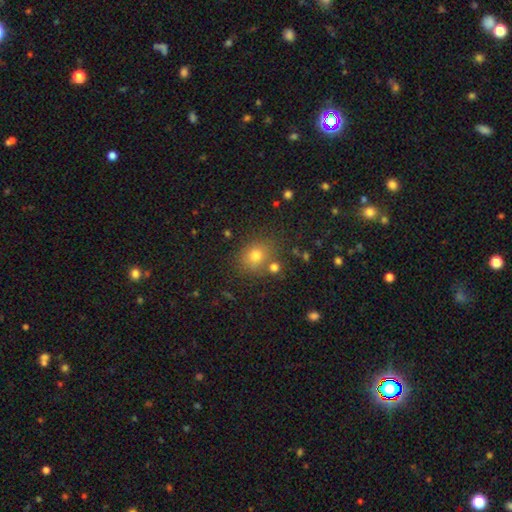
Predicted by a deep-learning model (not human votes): Smooth or featured?
  - smooth: 74% *
  - star or artifact: 17%
  - featured or disk: 9%
How rounded?
  - round: 66% *
  - in between: 33%
  - cigar-shaped: 1%
Merging?
  - none: 73% *
  - minor disturbance: 12%
  - merger: 11%
  - major disturbance: 4%